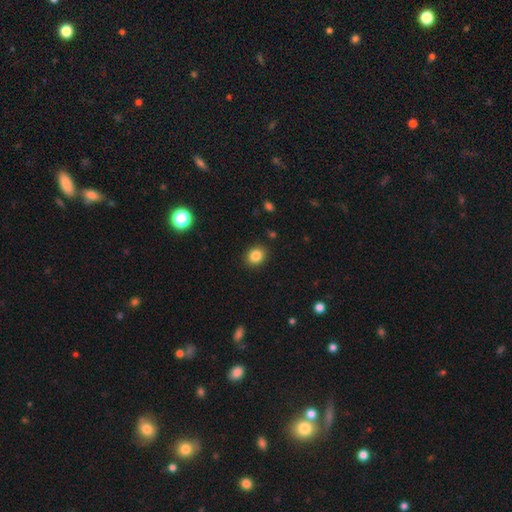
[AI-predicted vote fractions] Smooth or featured? smooth (84%)
How rounded? round (63%)
Merging? none (90%)